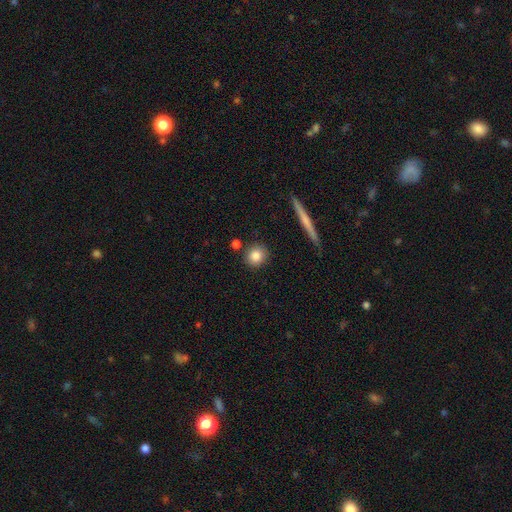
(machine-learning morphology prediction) A smooth galaxy with no disk features (84%) that is round (85%).

Vote fractions:
- Smooth or featured? smooth: 84% / star or artifact: 8% / featured or disk: 8%
- How rounded? round: 85% / in between: 13% / cigar-shaped: 2%
- Merging? none: 85% / minor disturbance: 8% / merger: 5% / major disturbance: 2%